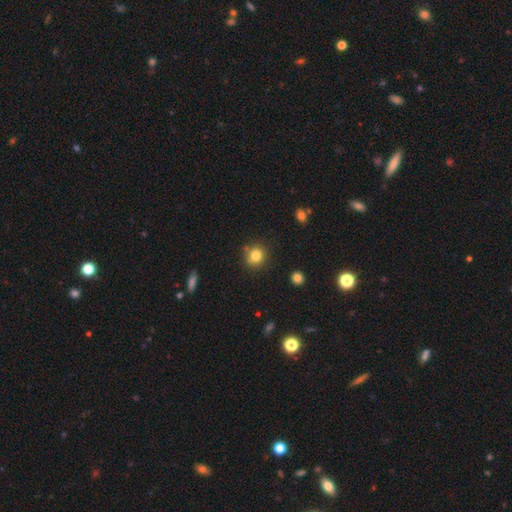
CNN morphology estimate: This appears to be a smooth galaxy with no disk features (81%) that is round (85%). Merging: none (81%).